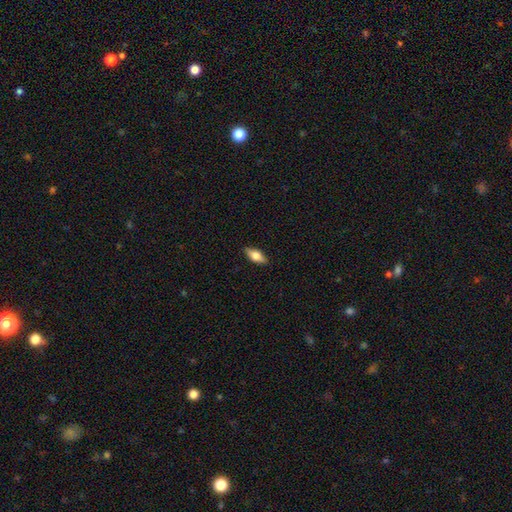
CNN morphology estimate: Q: Smooth or featured?
A: smooth (65%); runner-up: featured or disk (28%)
Q: How rounded?
A: in between (79%); runner-up: cigar-shaped (17%)
Q: Merging?
A: none (88%); runner-up: minor disturbance (9%)